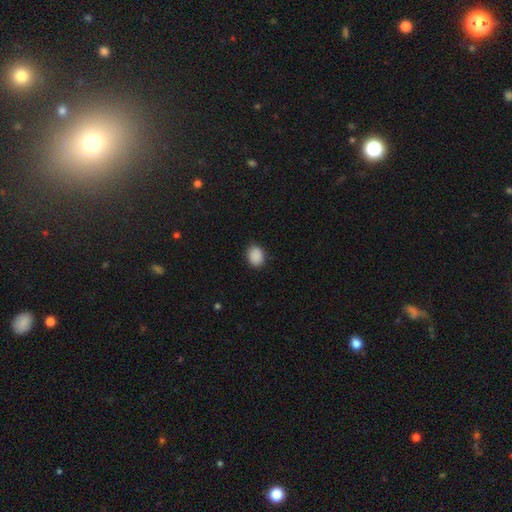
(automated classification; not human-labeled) The model was most divided on "how rounded": in between: 53%, round: 46%, cigar-shaped: 1%. More confident: smooth or featured — smooth (90%); merging — none (88%).